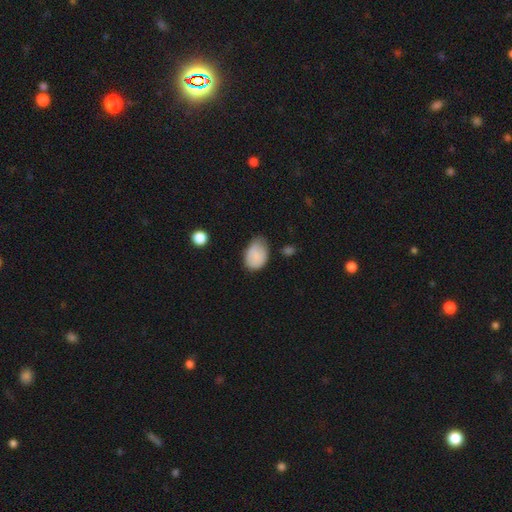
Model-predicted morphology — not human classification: smooth_or_featured: smooth (p=0.85) [alt: featured or disk p=0.08]
how_rounded: in between (p=0.81) [alt: round p=0.18]
merging: none (p=0.51) [alt: minor disturbance p=0.39]